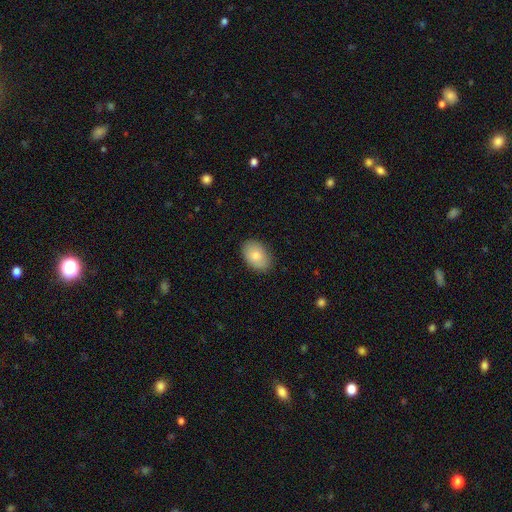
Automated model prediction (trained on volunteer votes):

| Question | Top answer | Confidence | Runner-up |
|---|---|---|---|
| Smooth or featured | smooth | 82% | featured or disk (12%) |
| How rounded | in between | 88% | round (11%) |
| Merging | none | 87% | minor disturbance (10%) |